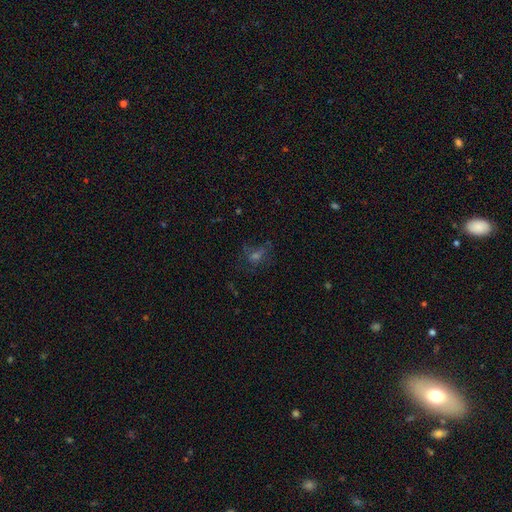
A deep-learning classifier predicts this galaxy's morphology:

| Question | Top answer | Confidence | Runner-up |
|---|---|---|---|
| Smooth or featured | star or artifact | 38% | smooth (32%) |